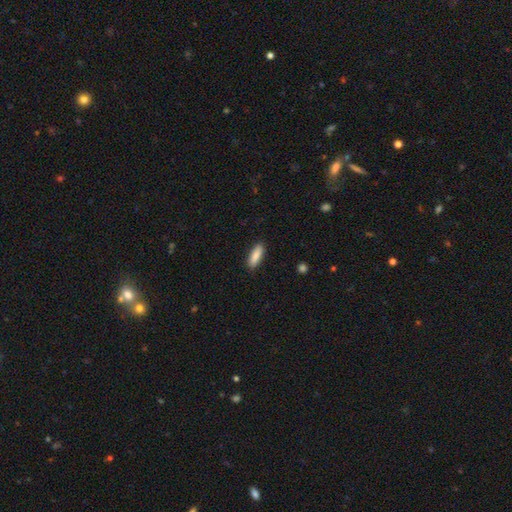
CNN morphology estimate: The model was most divided on "how rounded": in between: 58%, cigar-shaped: 40%, round: 2%. More confident: merging — none (88%); smooth or featured — smooth (88%).